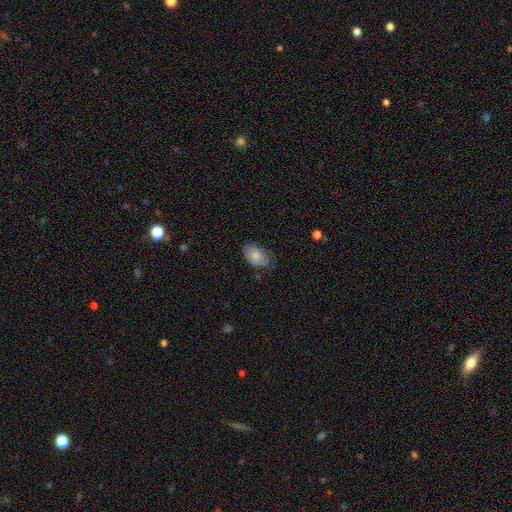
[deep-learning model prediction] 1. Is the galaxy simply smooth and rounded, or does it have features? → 78% smooth, 15% featured or disk, 7% star or artifact.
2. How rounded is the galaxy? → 91% in between, 8% round, 1% cigar-shaped.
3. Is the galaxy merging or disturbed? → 62% none, 30% minor disturbance, 7% major disturbance, 1% merger.